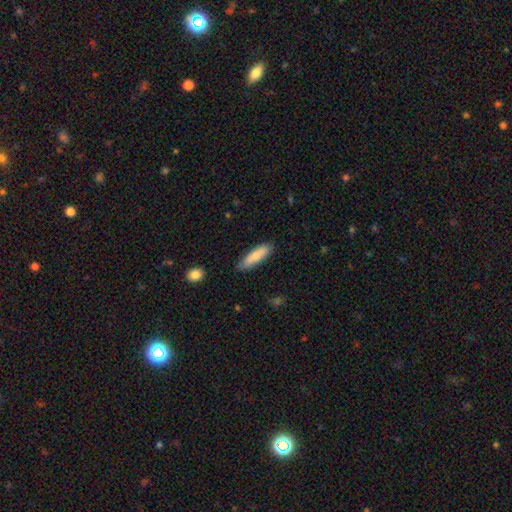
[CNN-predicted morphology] A smooth galaxy with no disk features (81%) that is cigar-shaped (61%).

Vote fractions:
- Smooth or featured? smooth: 81% / featured or disk: 13% / star or artifact: 6%
- How rounded? cigar-shaped: 61% / in between: 38% / round: 2%
- Merging? none: 83% / minor disturbance: 13% / major disturbance: 2% / merger: 1%